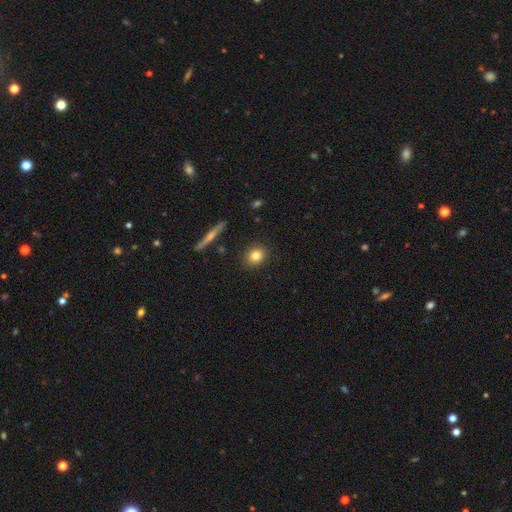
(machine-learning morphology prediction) type=smooth (81%); roundness=round (71%); merging=none (89%).